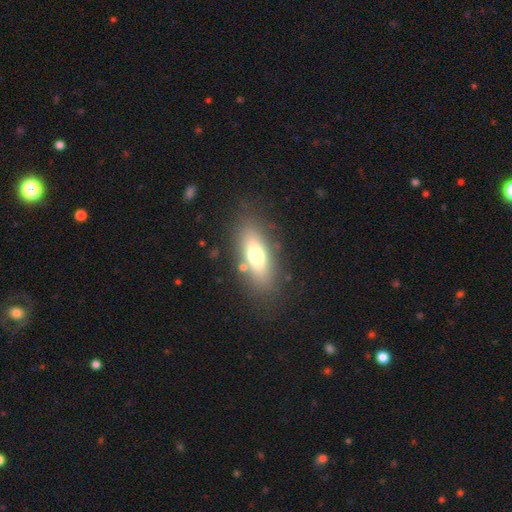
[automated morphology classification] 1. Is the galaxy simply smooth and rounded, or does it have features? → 65% smooth, 25% featured or disk, 10% star or artifact.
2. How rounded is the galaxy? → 72% in between, 23% cigar-shaped, 5% round.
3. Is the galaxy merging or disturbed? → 79% none, 12% minor disturbance, 5% major disturbance, 4% merger.